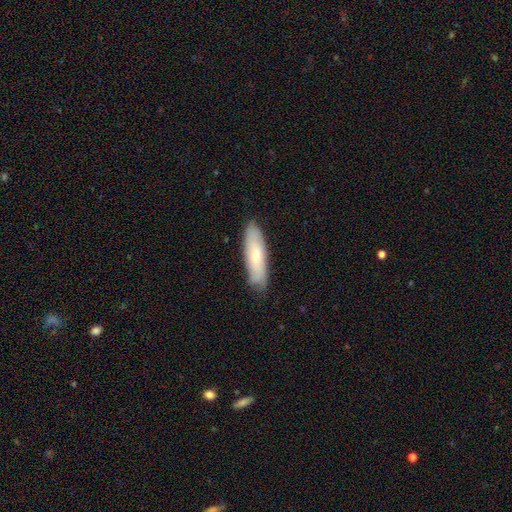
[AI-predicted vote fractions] Smooth or featured? Predicted: smooth (p=0.67). How rounded? Predicted: cigar-shaped (p=0.61). Merging? Predicted: none (p=0.84).